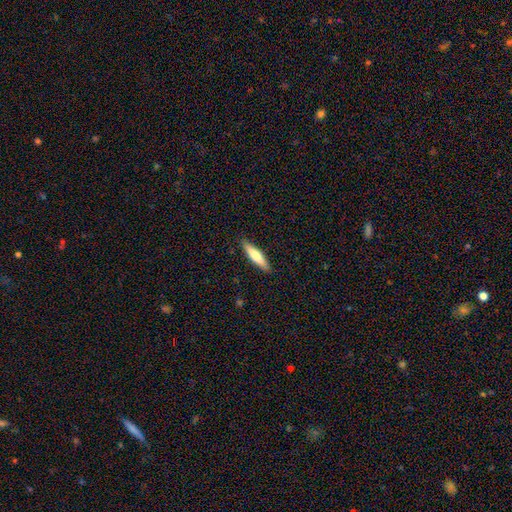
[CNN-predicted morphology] This appears to be a smooth galaxy with no disk features (68%) that is cigar-shaped (79%). Merging: none (90%).